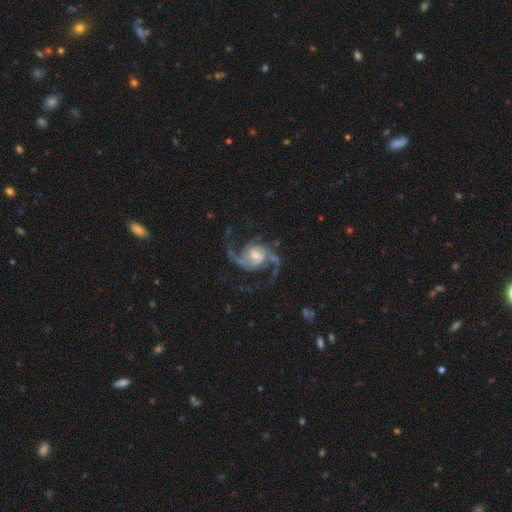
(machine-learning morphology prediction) featured or disk 92%, star or artifact 4%, smooth 4%. Down the decision tree: edge-on disk — no (98%); bar — no (55%); spiral arms — yes (98%); spiral arm count — 2 (70%); spiral winding — medium (51%); bulge size — moderate (43%); merging — none (68%).